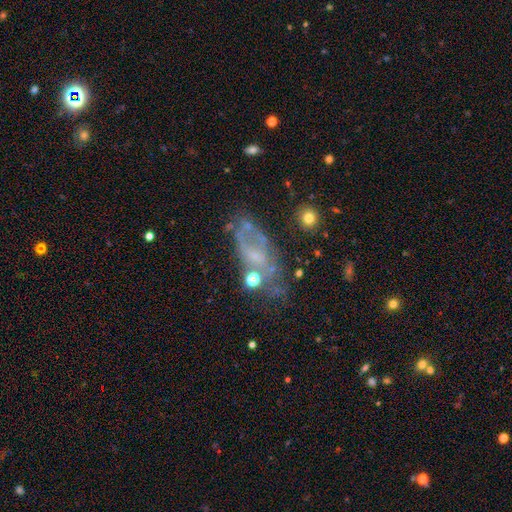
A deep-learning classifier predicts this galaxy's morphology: Smooth or featured?
  - featured or disk: 58% *
  - smooth: 25%
  - star or artifact: 17%
Edge-on disk?
  - no: 87% *
  - yes: 13%
Bar?
  - no: 67% *
  - weak: 24%
  - strong: 9%
Spiral arms?
  - no: 58% *
  - yes: 42%
Bulge size?
  - none: 39% *
  - small: 37%
  - moderate: 20%
  - large: 3%
  - dominant: 2%
Merging?
  - none: 46% *
  - major disturbance: 23%
  - minor disturbance: 22%
  - merger: 9%